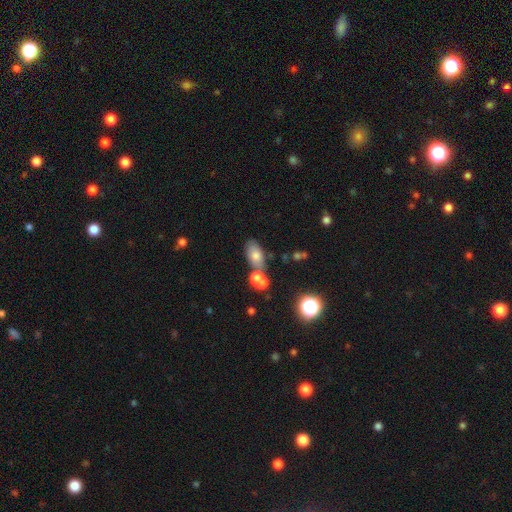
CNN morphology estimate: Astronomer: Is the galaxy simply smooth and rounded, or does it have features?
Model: smooth — 71%.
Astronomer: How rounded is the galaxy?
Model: in between — 85%.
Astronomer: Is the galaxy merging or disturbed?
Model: none — 52% (runner-up: merger, 29%).